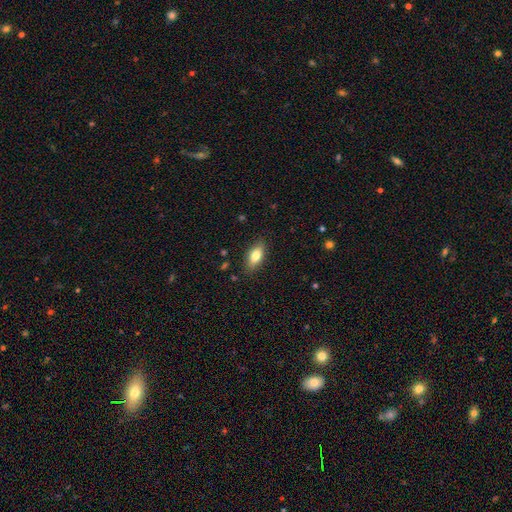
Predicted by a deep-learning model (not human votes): A smooth galaxy with no disk features (78%) that is in between round and cigar-shaped (84%).

Vote fractions:
- Smooth or featured? smooth: 78% / featured or disk: 15% / star or artifact: 7%
- How rounded? in between: 84% / cigar-shaped: 11% / round: 4%
- Merging? none: 85% / minor disturbance: 11% / major disturbance: 3% / merger: 1%